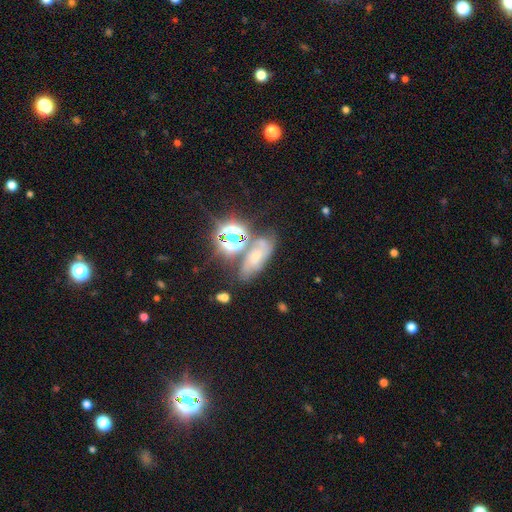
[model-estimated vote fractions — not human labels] Smooth or featured?
  - star or artifact: 36% *
  - smooth: 33%
  - featured or disk: 31%